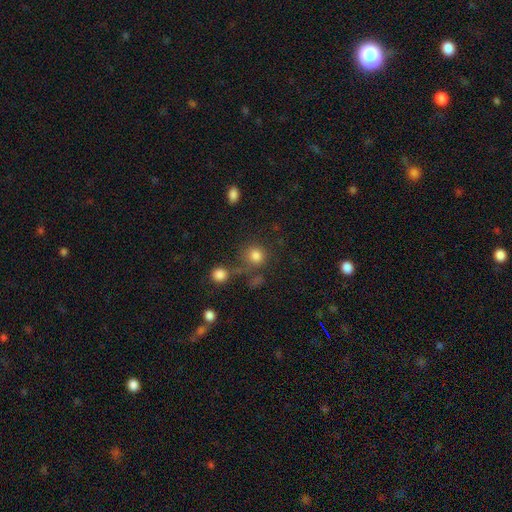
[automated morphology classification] Smooth or featured: smooth — 81% (star or artifact — 12%)
How rounded: round — 87% (in between — 12%)
Merging: none — 60% (merger — 19%)